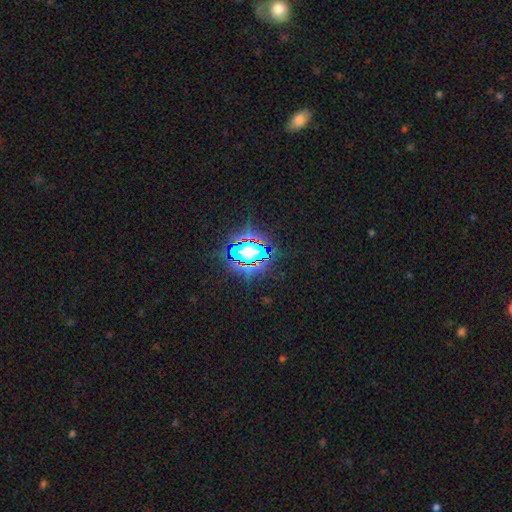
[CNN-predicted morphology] A star or artifact, not a galaxy (74%).